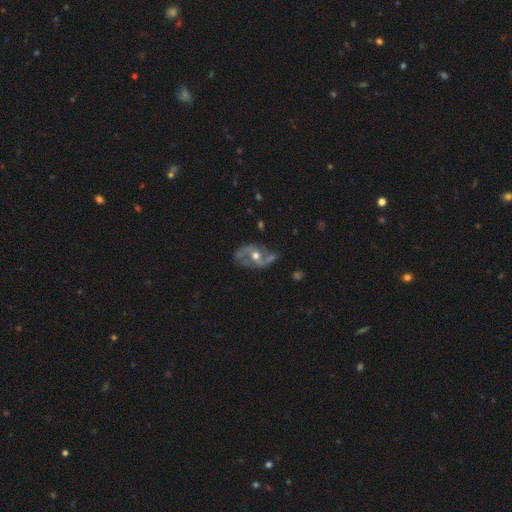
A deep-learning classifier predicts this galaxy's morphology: Smooth or featured: featured or disk — 80% (smooth — 12%)
Edge-on disk: no — 96% (yes — 4%)
Bar: no — 62% (weak — 27%)
Spiral arms: yes — 85% (no — 15%)
Spiral winding: loose — 44% (medium — 42%)
Spiral arm count: 2 — 79% (can't tell — 8%)
Bulge size: moderate — 73% (small — 17%)
Merging: none — 59% (minor disturbance — 22%)